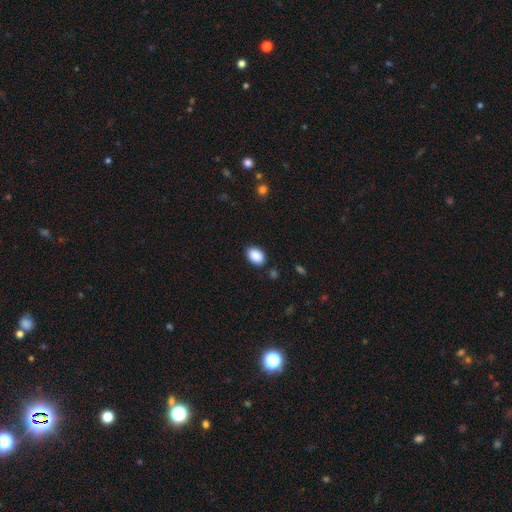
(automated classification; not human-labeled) smooth 90%, star or artifact 7%, featured or disk 3%. Down the decision tree: how rounded — in between (83%); merging — none (86%).